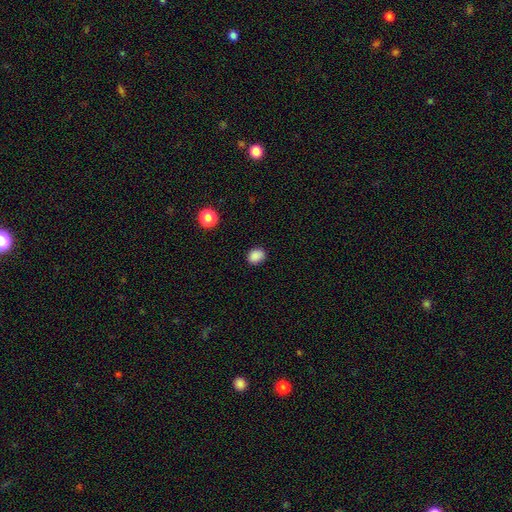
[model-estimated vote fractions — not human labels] Smooth or featured: smooth — 87% (star or artifact — 10%)
How rounded: round — 56% (in between — 43%)
Merging: none — 85% (minor disturbance — 11%)